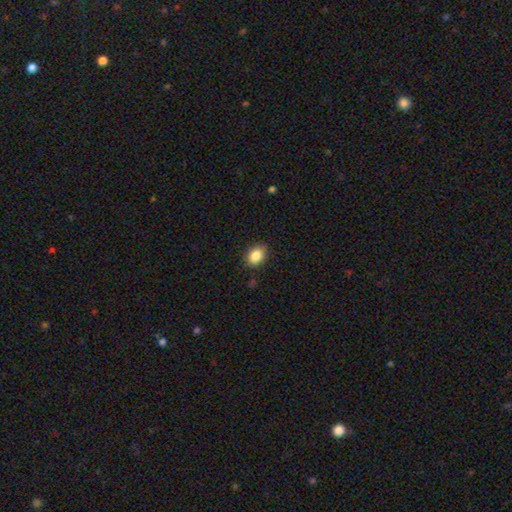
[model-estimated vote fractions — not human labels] Morphology: type=smooth (87%); roundness=in between (76%); merging=none (86%).